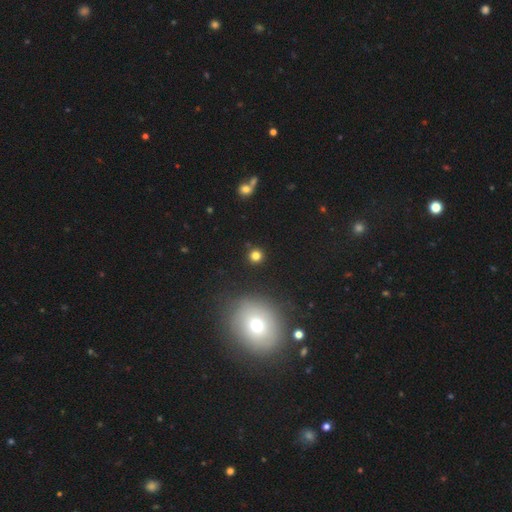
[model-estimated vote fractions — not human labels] Q: Smooth or featured?
A: smooth (78%); runner-up: star or artifact (16%)
Q: How rounded?
A: round (93%); runner-up: in between (6%)
Q: Merging?
A: none (89%); runner-up: minor disturbance (6%)